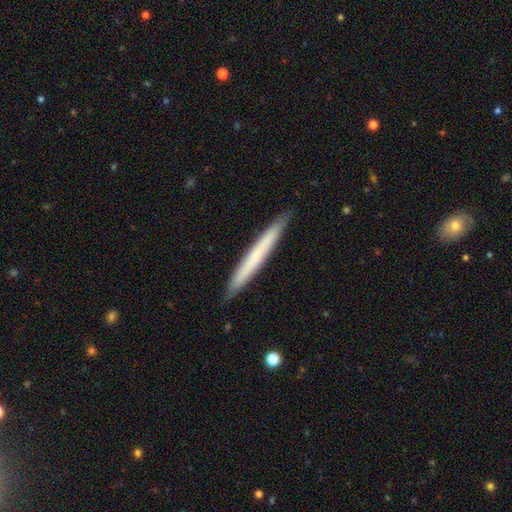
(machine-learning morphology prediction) smooth 60%, featured or disk 35%, star or artifact 5%. Down the decision tree: how rounded — cigar-shaped (97%); merging — none (91%).